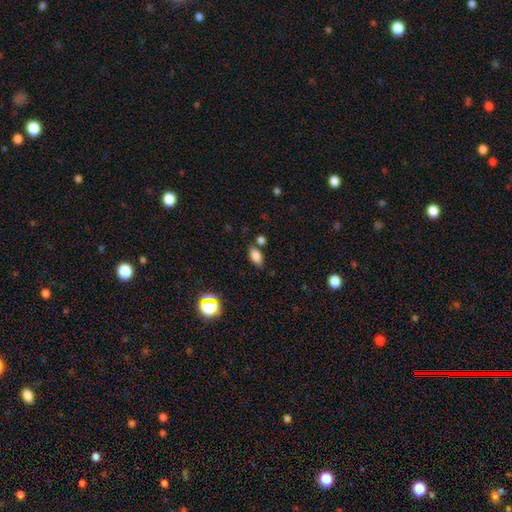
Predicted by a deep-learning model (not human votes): Smooth or featured?
  - smooth: 80% *
  - star or artifact: 13%
  - featured or disk: 7%
How rounded?
  - in between: 89% *
  - round: 7%
  - cigar-shaped: 5%
Merging?
  - none: 73% *
  - minor disturbance: 14%
  - merger: 10%
  - major disturbance: 4%